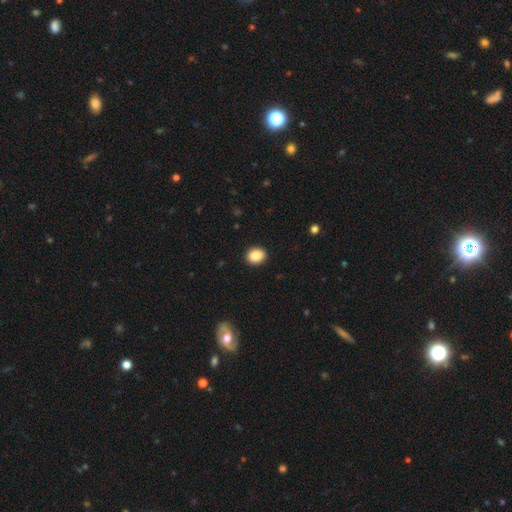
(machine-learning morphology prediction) smooth_or_featured: smooth (p=0.87) [alt: star or artifact p=0.09]
how_rounded: in between (p=0.51) [alt: round p=0.48]
merging: none (p=0.91) [alt: minor disturbance p=0.06]